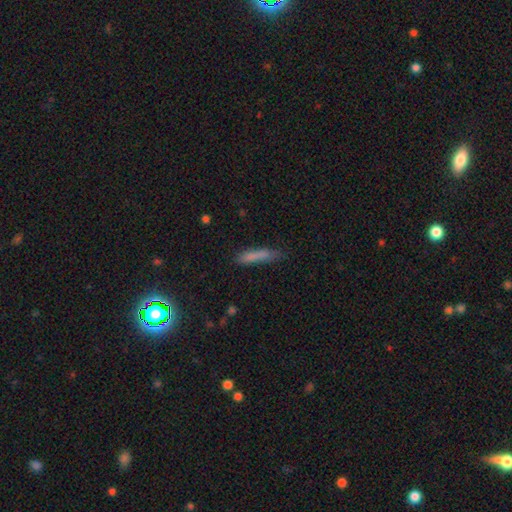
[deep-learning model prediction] This is likely a smooth galaxy (77%). How rounded: clearly cigar-shaped (88%). Merging: likely none (68%).